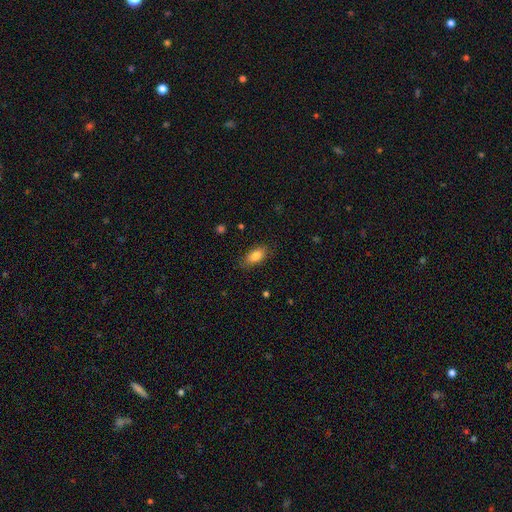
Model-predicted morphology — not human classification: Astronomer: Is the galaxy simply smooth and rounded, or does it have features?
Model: smooth — 85%.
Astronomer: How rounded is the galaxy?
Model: in between — 87%.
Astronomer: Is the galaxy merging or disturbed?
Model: none — 82%.